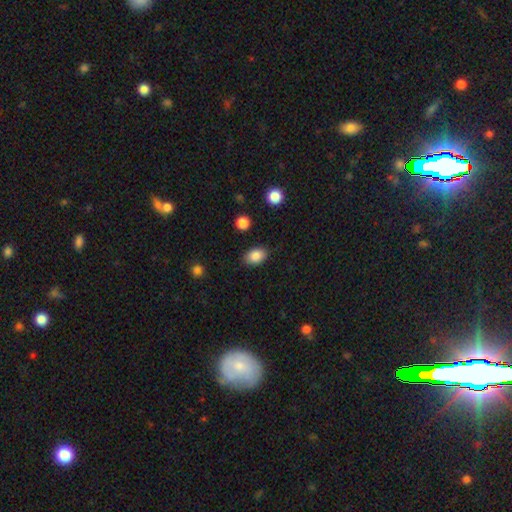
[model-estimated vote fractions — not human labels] A smooth galaxy with no disk features (86%) that is in between round and cigar-shaped (79%).

Vote fractions:
- Smooth or featured? smooth: 86% / star or artifact: 8% / featured or disk: 5%
- How rounded? in between: 79% / round: 19% / cigar-shaped: 1%
- Merging? none: 85% / minor disturbance: 11% / major disturbance: 3% / merger: 2%